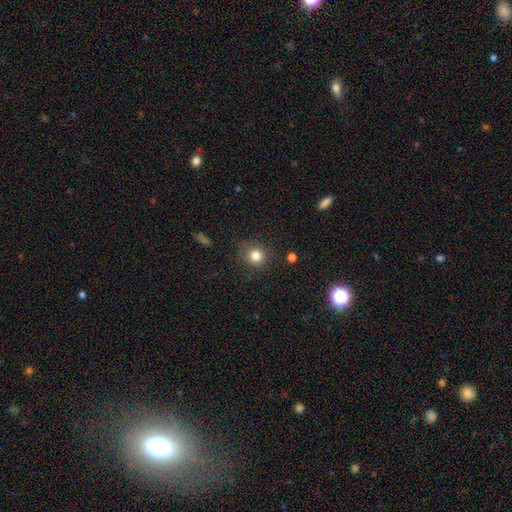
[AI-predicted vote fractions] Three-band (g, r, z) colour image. It shows a smooth galaxy with no disk features (81%) that is round (88%). Merging: none (84%).